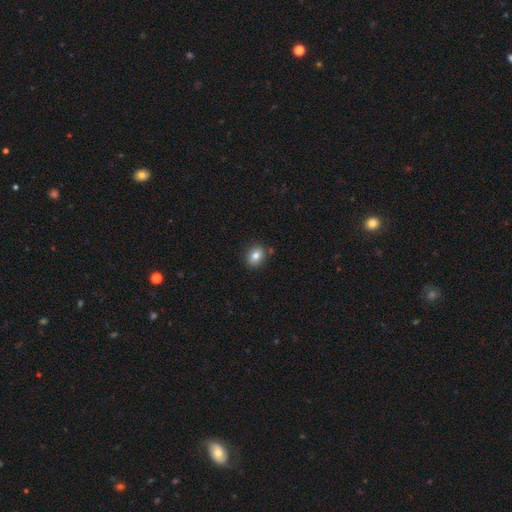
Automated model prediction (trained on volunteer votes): A smooth galaxy with no disk features (81%) that is in between round and cigar-shaped (53%). Merging: none (84%).